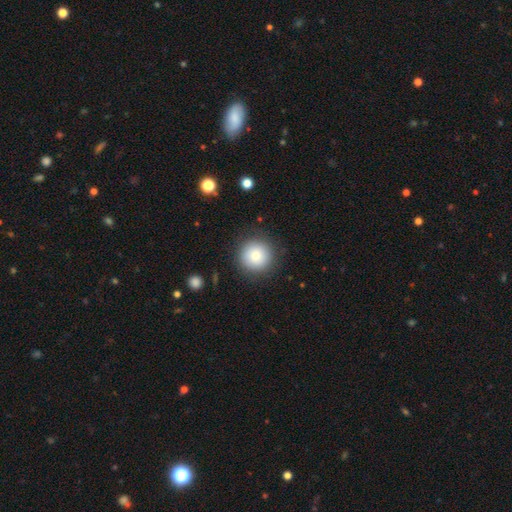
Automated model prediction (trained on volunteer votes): smooth 80%, featured or disk 11%, star or artifact 10%. Down the decision tree: how rounded — round (95%); merging — none (88%).